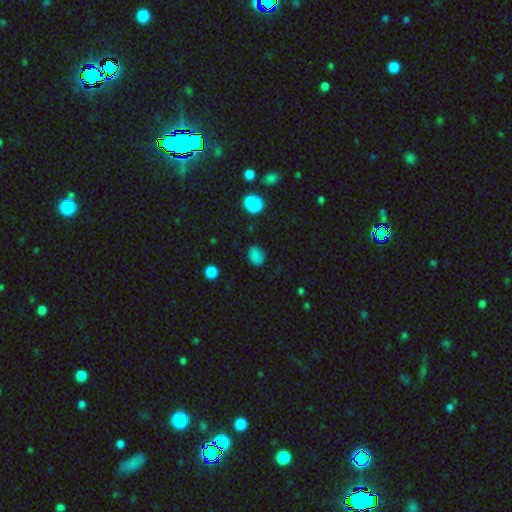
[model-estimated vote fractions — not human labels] A smooth galaxy with no disk features (80%) that is in between round and cigar-shaped (61%).

Vote fractions:
- Smooth or featured? smooth: 80% / star or artifact: 16% / featured or disk: 5%
- How rounded? in between: 61% / round: 38% / cigar-shaped: 1%
- Merging? none: 79% / minor disturbance: 16% / major disturbance: 4% / merger: 2%